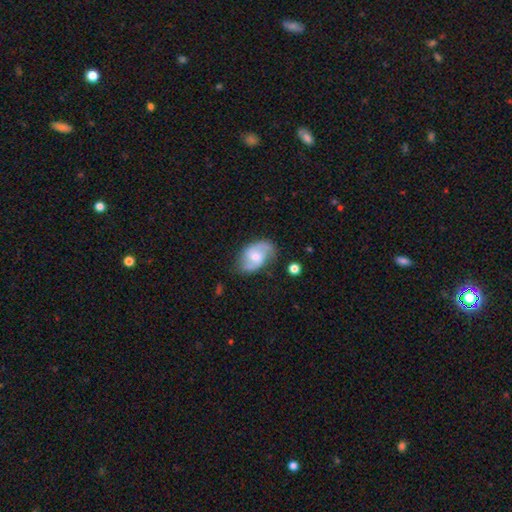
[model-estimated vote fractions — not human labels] A featured or disk galaxy (74%) with a weak bar (47%), 2 (87%) medium (49%) spiral arms (94%) and a moderate central bulge (50%). Merging: none (72%).